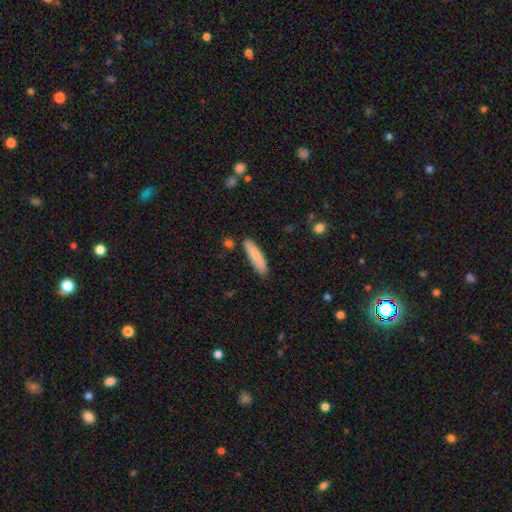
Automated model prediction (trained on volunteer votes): Q: Smooth or featured?
A: smooth (73%); runner-up: featured or disk (22%)
Q: How rounded?
A: cigar-shaped (71%); runner-up: in between (27%)
Q: Merging?
A: none (82%); runner-up: minor disturbance (13%)